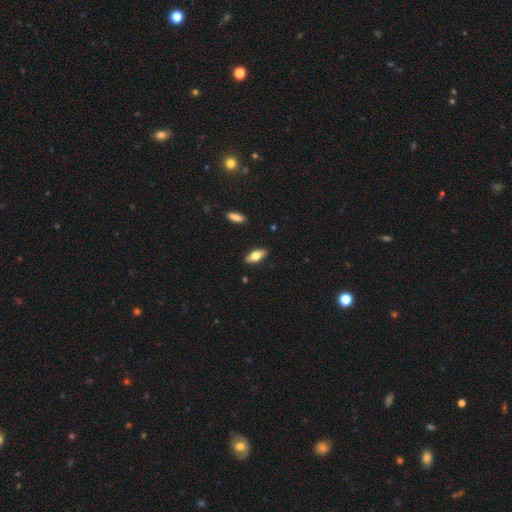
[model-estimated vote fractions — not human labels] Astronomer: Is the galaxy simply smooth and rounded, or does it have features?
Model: smooth — 67%.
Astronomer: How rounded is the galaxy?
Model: in between — 80%.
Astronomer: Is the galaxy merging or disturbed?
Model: none — 87%.